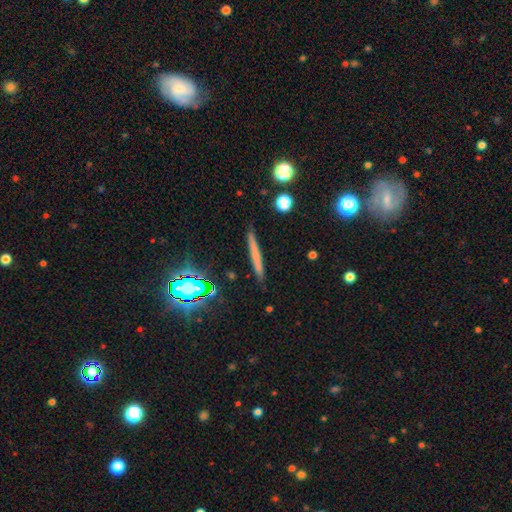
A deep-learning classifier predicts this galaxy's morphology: This is possibly a smooth galaxy (53%). How rounded: clearly cigar-shaped (94%). Merging: clearly none (89%).